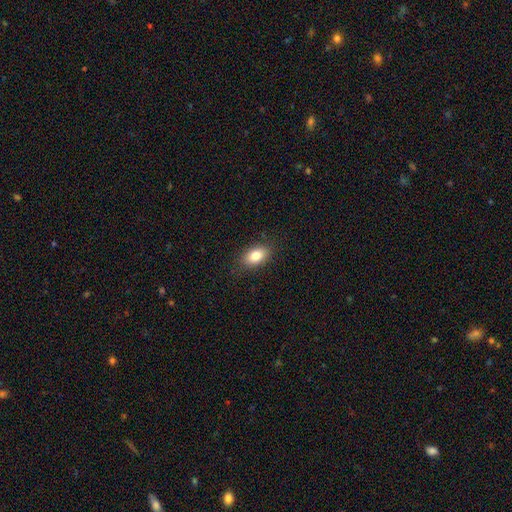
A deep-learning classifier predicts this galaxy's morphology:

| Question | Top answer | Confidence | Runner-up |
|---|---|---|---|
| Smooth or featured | smooth | 82% | featured or disk (9%) |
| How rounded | in between | 89% | round (9%) |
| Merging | none | 86% | minor disturbance (10%) |